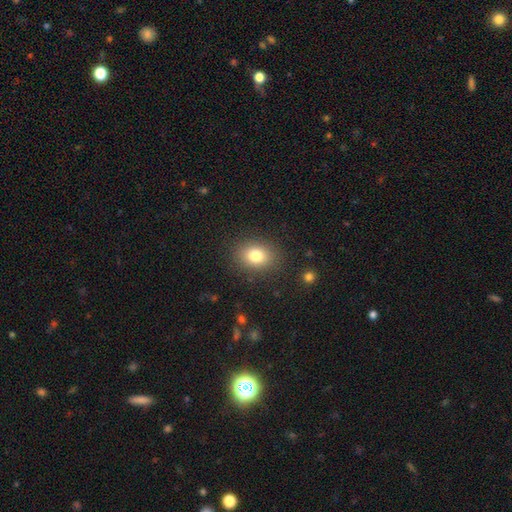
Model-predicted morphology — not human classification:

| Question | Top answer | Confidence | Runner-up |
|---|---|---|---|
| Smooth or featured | smooth | 80% | star or artifact (11%) |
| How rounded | in between | 55% | round (44%) |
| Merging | none | 86% | minor disturbance (9%) |